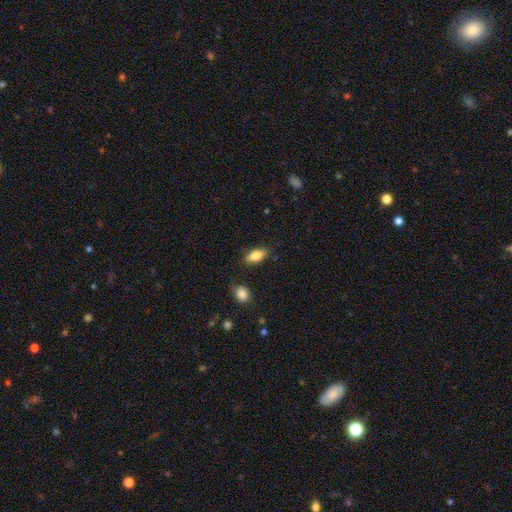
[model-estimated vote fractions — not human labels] Smooth or featured? smooth (81%)
How rounded? in between (86%)
Merging? none (82%)